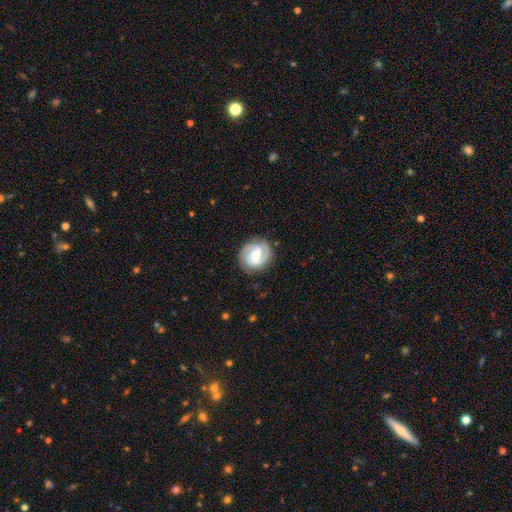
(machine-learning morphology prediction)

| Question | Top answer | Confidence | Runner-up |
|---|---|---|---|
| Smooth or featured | featured or disk | 83% | smooth (12%) |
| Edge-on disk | no | 98% | yes (2%) |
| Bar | weak | 52% | strong (24%) |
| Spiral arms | yes | 96% | no (4%) |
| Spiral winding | tight | 48% | medium (42%) |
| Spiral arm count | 2 | 79% | 3 (8%) |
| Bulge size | small | 46% | moderate (44%) |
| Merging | none | 83% | minor disturbance (12%) |